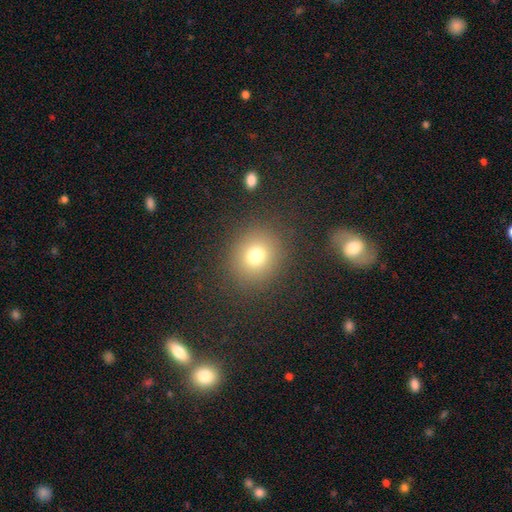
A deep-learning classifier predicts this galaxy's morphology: Smooth or featured?
  - smooth: 74% *
  - star or artifact: 17%
  - featured or disk: 10%
How rounded?
  - round: 81% *
  - in between: 18%
  - cigar-shaped: 1%
Merging?
  - none: 86% *
  - minor disturbance: 8%
  - major disturbance: 5%
  - merger: 1%